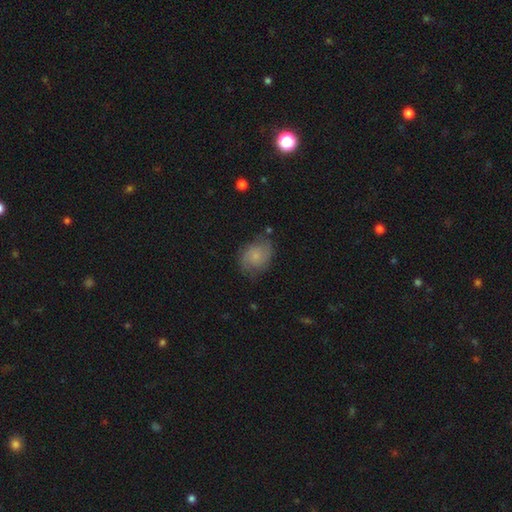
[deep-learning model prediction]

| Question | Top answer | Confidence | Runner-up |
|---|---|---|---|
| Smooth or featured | smooth | 61% | featured or disk (30%) |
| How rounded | in between | 57% | round (41%) |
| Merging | none | 64% | minor disturbance (26%) |